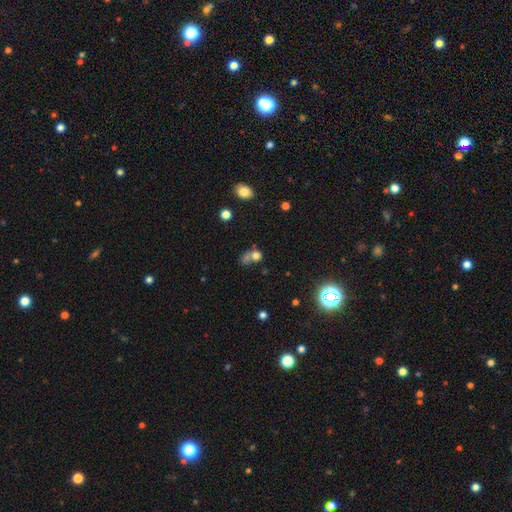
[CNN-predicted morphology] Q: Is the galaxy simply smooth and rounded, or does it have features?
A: smooth — 67%.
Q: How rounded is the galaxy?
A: round — 66%.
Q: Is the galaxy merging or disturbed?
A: merger — 42%.